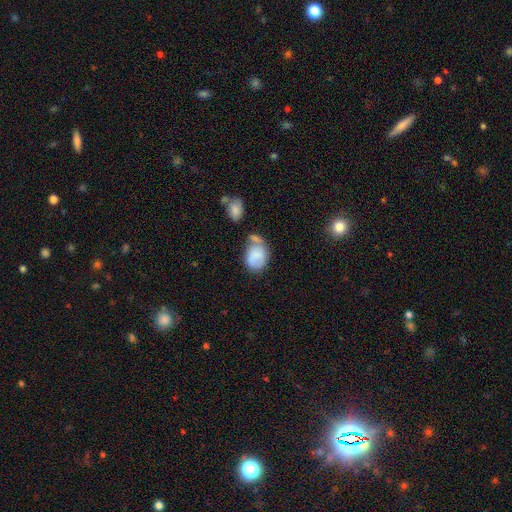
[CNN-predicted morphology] This appears to be a smooth galaxy with no disk features (76%) that is in between round and cigar-shaped (70%). Merging: merger (37%).